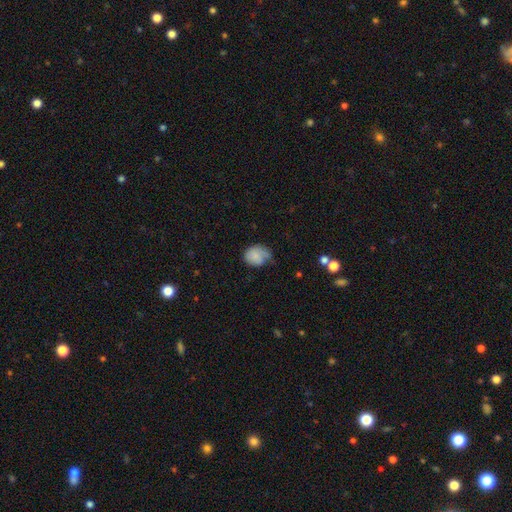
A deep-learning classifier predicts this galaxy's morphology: The model was most divided on "merging": minor disturbance: 41%, none: 37%, major disturbance: 19%, merger: 3%. More confident: smooth or featured — smooth (75%); how rounded — in between (52%).